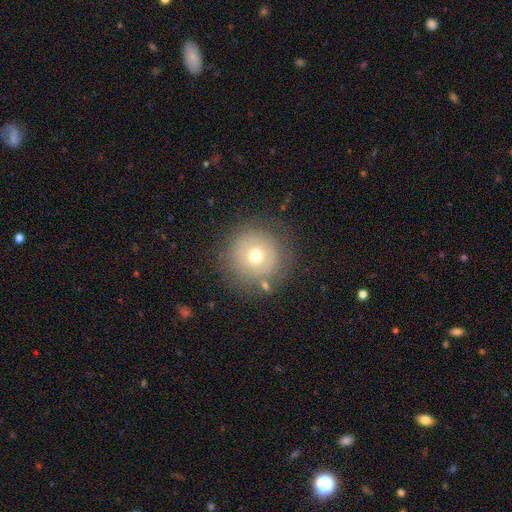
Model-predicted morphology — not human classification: A smooth galaxy with no disk features (65%) that is round (95%). Merging: none (79%).